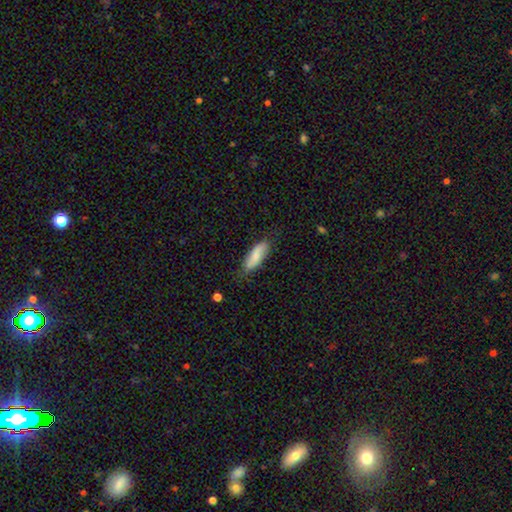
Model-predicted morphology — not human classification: A smooth galaxy with no disk features (84%) that is in between round and cigar-shaped (57%). Merging: none (74%).